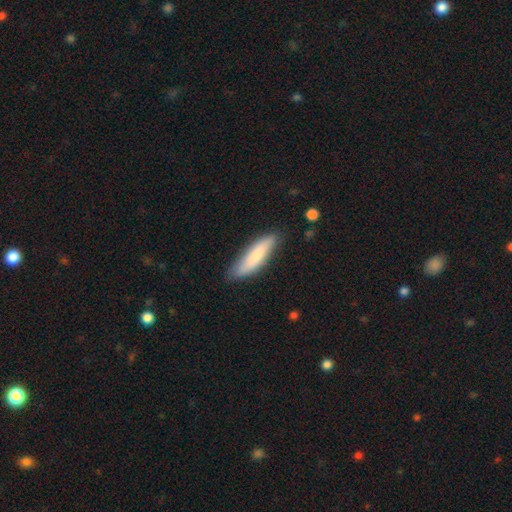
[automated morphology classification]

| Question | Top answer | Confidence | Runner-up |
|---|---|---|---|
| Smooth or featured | smooth | 77% | featured or disk (18%) |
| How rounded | cigar-shaped | 68% | in between (31%) |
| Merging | none | 79% | minor disturbance (16%) |